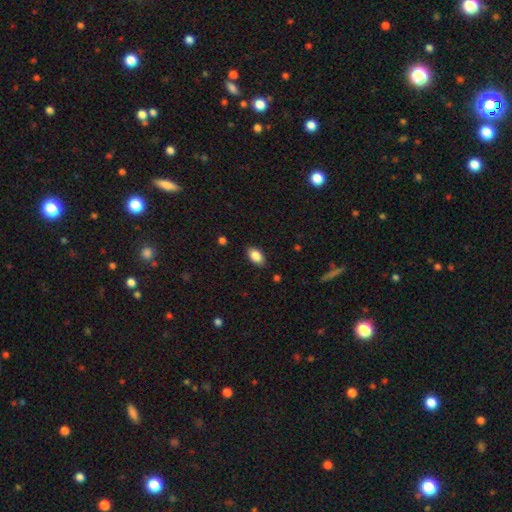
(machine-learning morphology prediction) smooth 84%, featured or disk 9%, star or artifact 8%. Down the decision tree: how rounded — in between (92%); merging — none (86%).